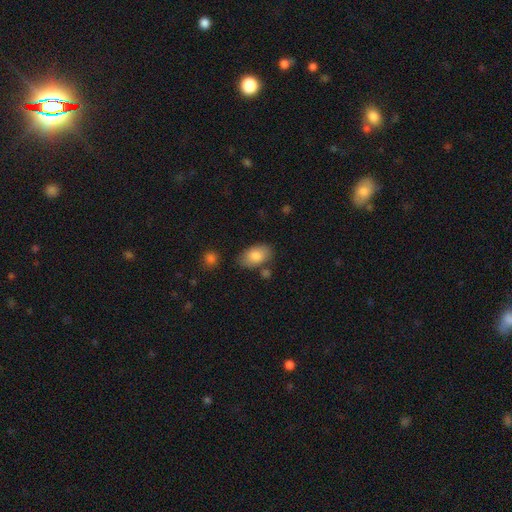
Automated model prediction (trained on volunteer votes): smooth_or_featured: smooth (p=0.84) [alt: featured or disk p=0.10]
how_rounded: in between (p=0.92) [alt: round p=0.06]
merging: none (p=0.74) [alt: minor disturbance p=0.16]